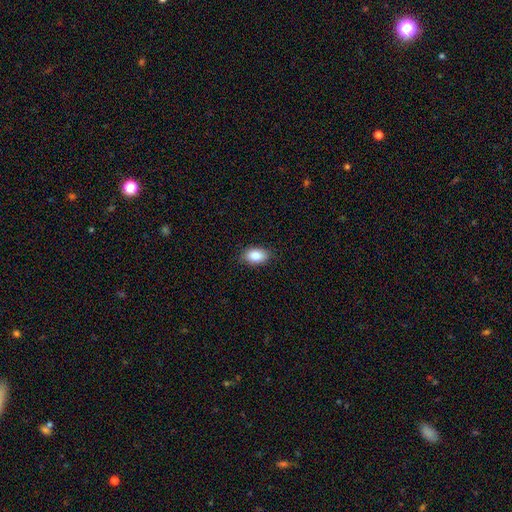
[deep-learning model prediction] Morphology: type=smooth (86%); roundness=in between (89%); merging=none (87%).